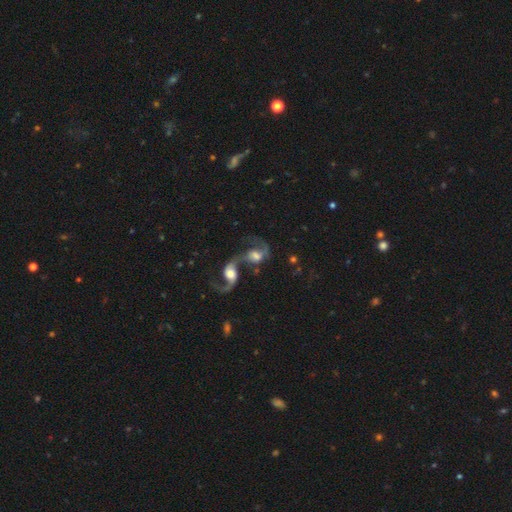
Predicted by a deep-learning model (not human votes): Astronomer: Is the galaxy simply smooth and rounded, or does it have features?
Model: featured or disk — 72%.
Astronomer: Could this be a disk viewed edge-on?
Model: no — 96%.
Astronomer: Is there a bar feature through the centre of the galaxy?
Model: no — 53% (runner-up: weak, 36%).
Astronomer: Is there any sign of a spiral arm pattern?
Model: yes — 86%.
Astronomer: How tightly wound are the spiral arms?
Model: loose — 68%.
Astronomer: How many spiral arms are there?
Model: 2 — 72%.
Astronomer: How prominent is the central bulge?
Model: moderate — 42% (runner-up: large, 31%).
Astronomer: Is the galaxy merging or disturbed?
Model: merger — 76%.